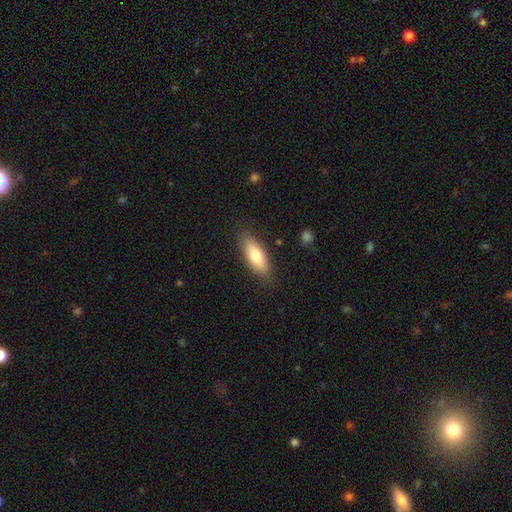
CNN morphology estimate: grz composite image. It shows a smooth galaxy with no disk features (76%) that is in between round and cigar-shaped (69%). Merging: none (85%).